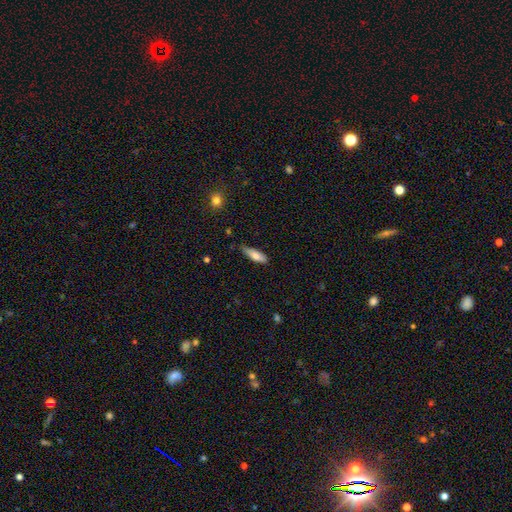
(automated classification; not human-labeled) Smooth or featured? smooth (76%)
How rounded? in between (49%, tied with cigar-shaped)
Merging? none (70%)